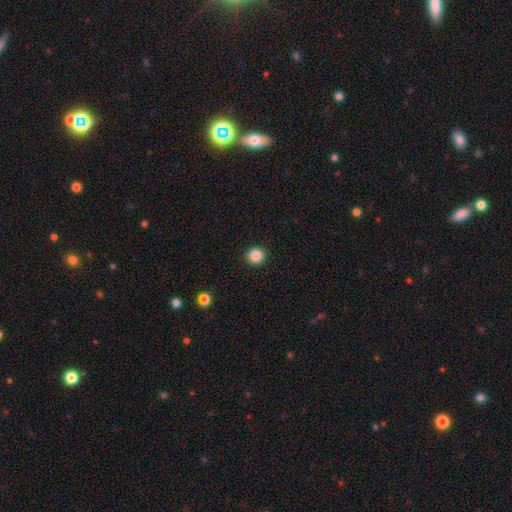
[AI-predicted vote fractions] This is clearly a smooth galaxy (87%). How rounded: clearly round (94%). Merging: clearly none (93%).